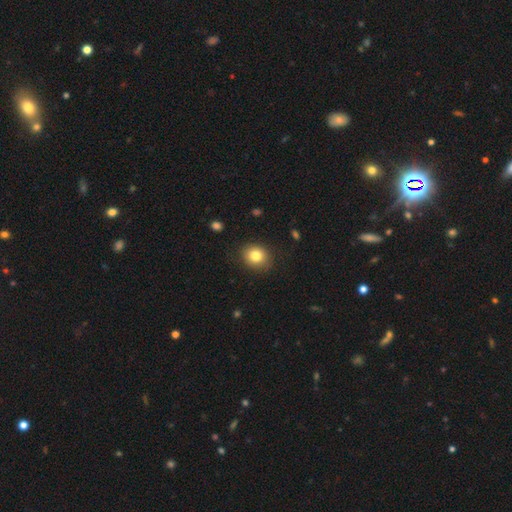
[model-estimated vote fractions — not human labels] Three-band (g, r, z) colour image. It shows a smooth galaxy with no disk features (81%) that is round (71%). Merging: none (86%).